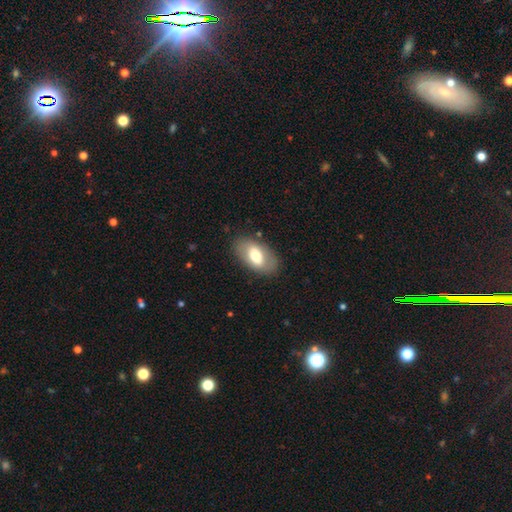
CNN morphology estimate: A smooth galaxy with no disk features (61%) that is in between round and cigar-shaped (93%).

Vote fractions:
- Smooth or featured? smooth: 61% / featured or disk: 33% / star or artifact: 6%
- How rounded? in between: 93% / round: 5% / cigar-shaped: 2%
- Merging? none: 83% / minor disturbance: 12% / major disturbance: 4% / merger: 1%